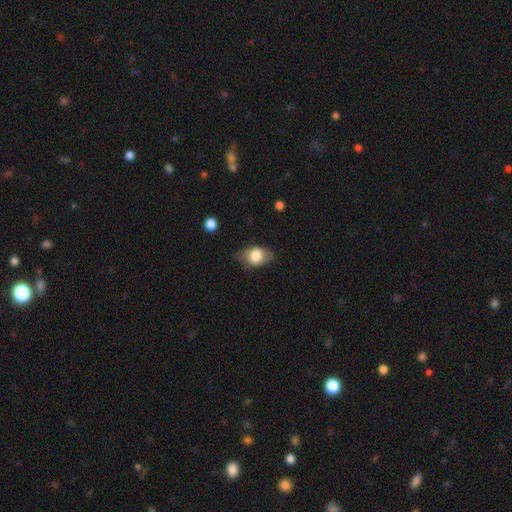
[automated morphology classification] type=smooth (73%); roundness=in between (76%); merging=none (72%).